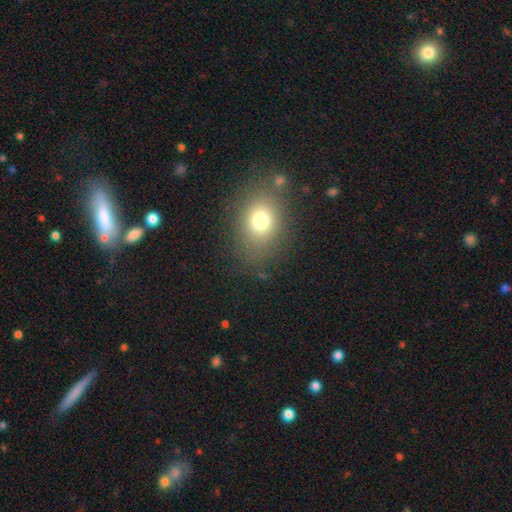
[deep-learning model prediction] Overall: smooth (72%). How rounded: in between (57%; round 41%). Merging: none (82%).